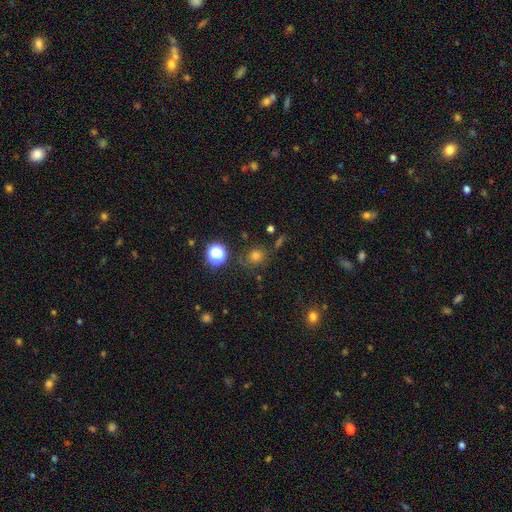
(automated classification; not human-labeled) Overall: smooth (66%). How rounded: round (79%). Merging: none (77%).